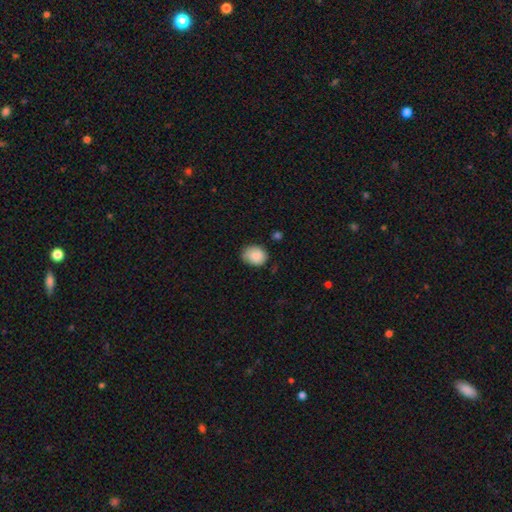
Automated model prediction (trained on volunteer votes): A smooth galaxy with no disk features (86%) that is round (57%). Merging: none (68%).